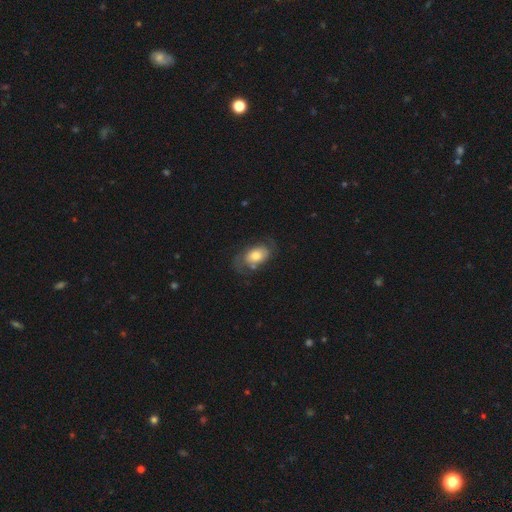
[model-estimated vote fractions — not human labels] Smooth or featured: smooth — 50% (featured or disk — 43%)
How rounded: in between — 83% (round — 15%)
Merging: none — 54% (minor disturbance — 25%)